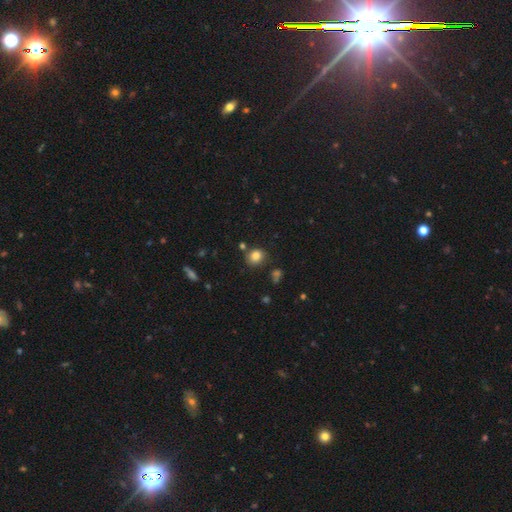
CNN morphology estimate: Smooth or featured?
  - smooth: 82% *
  - star or artifact: 11%
  - featured or disk: 6%
How rounded?
  - round: 76% *
  - in between: 23%
  - cigar-shaped: 1%
Merging?
  - none: 77% *
  - minor disturbance: 12%
  - merger: 7%
  - major disturbance: 3%